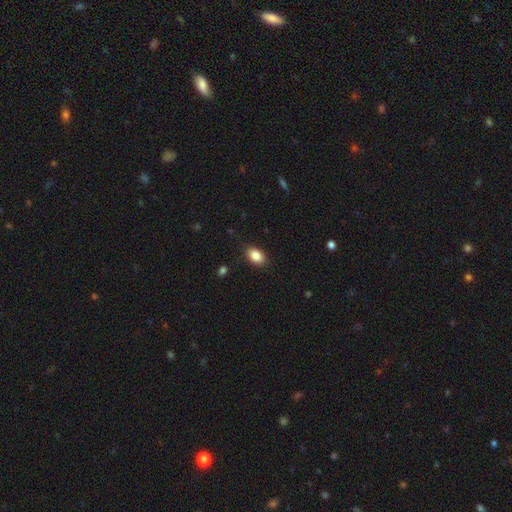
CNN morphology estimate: Smooth or featured?
  - smooth: 86% *
  - star or artifact: 8%
  - featured or disk: 6%
How rounded?
  - in between: 88% *
  - round: 11%
  - cigar-shaped: 1%
Merging?
  - none: 86% *
  - minor disturbance: 10%
  - major disturbance: 2%
  - merger: 1%